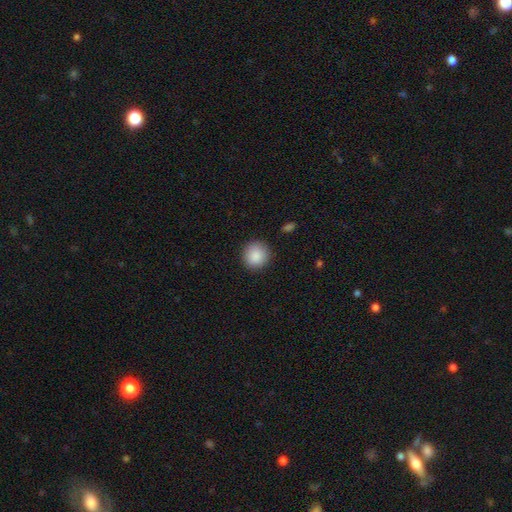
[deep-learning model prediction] Smooth or featured: smooth — 88% (star or artifact — 8%)
How rounded: round — 91% (in between — 8%)
Merging: none — 89% (minor disturbance — 8%)